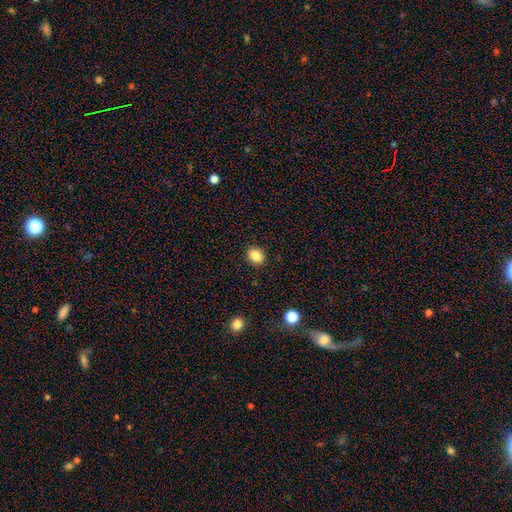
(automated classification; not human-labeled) Smooth or featured? smooth (86%)
How rounded? in between (50%)
Merging? none (89%)